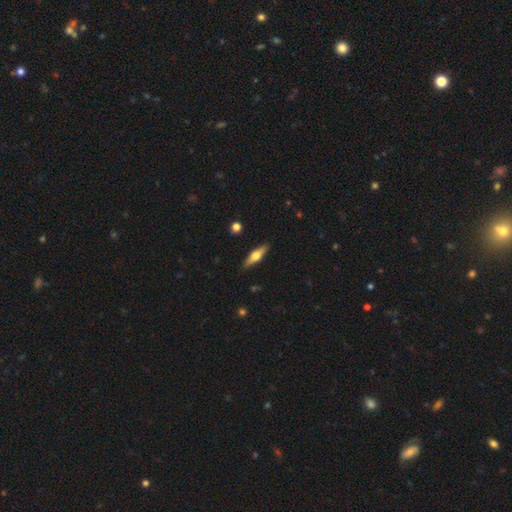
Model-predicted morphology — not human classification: smooth-or-featured: featured or disk: 54% | smooth: 40% | star or artifact: 6%
  disk-edge-on: yes: 94% | no: 6%
    edge-on-bulge: rounded: 94% | boxy: 4% | none: 2%
  merging: none: 90% | minor disturbance: 8% | major disturbance: 2% | merger: 1%